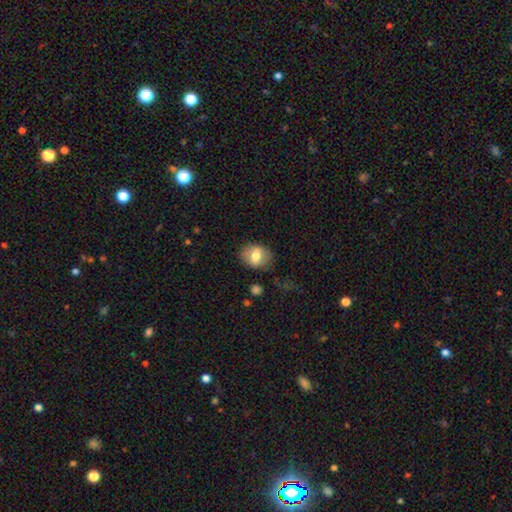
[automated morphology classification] A smooth galaxy with no disk features (67%) that is in between round and cigar-shaped (51%). Merging: none (79%).